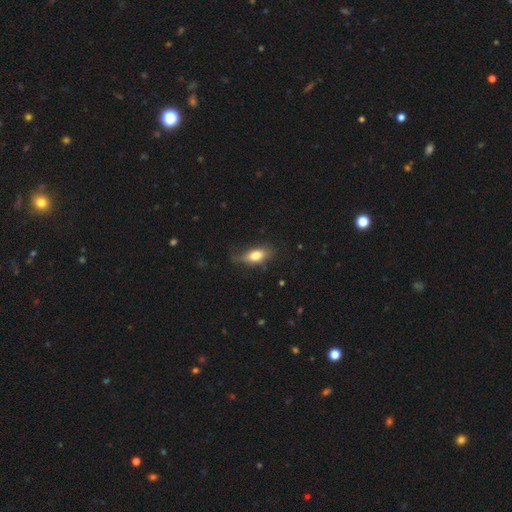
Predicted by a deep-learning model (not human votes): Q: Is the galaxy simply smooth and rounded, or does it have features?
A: smooth — 75%.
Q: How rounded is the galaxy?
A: in between — 80%.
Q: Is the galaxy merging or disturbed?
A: none — 56%.